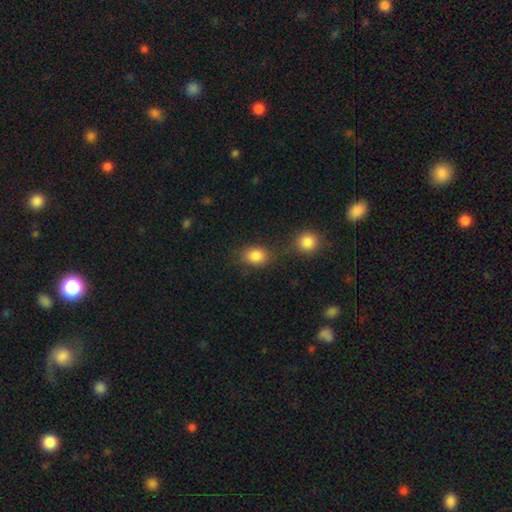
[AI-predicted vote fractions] Morphology: type=smooth (85%); roundness=in between (62%); merging=none (64%).